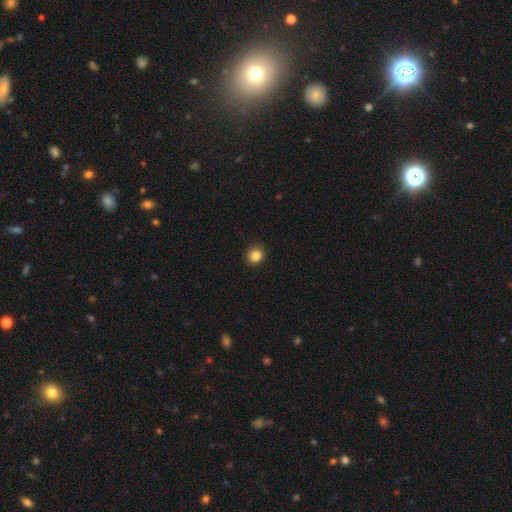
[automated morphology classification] Smooth or featured?
  - smooth: 85% *
  - star or artifact: 11%
  - featured or disk: 4%
How rounded?
  - round: 79% *
  - in between: 20%
  - cigar-shaped: 1%
Merging?
  - none: 89% *
  - minor disturbance: 8%
  - major disturbance: 2%
  - merger: 1%